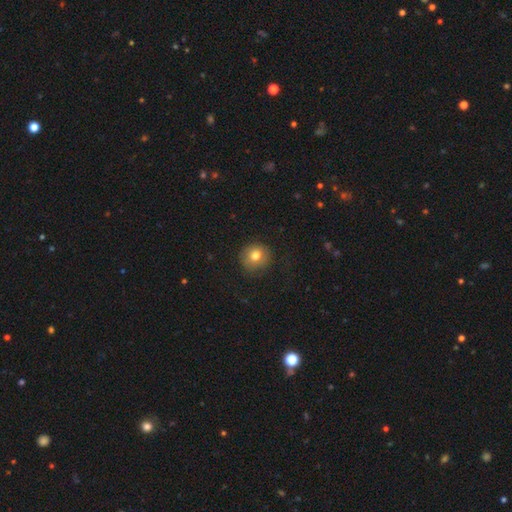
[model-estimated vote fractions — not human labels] Smooth or featured? Predicted: smooth (p=0.78). How rounded? Predicted: round (p=0.88). Merging? Predicted: none (p=0.84).